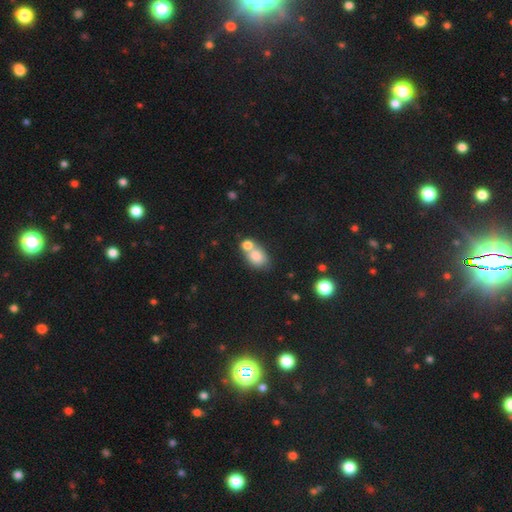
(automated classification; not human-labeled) Overall: smooth (78%). How rounded: in between (62%; round 36%). Merging: merger (54%; none 33%).